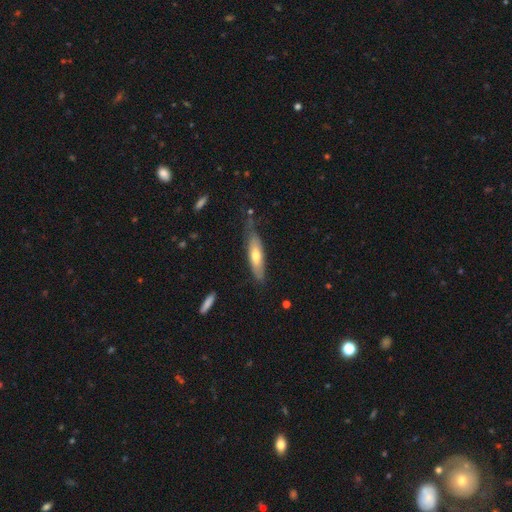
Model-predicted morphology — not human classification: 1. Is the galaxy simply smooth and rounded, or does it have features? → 58% smooth, 36% featured or disk, 6% star or artifact.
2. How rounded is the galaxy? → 64% cigar-shaped, 34% in between, 2% round.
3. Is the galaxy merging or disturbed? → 62% none, 28% minor disturbance, 8% major disturbance, 3% merger.